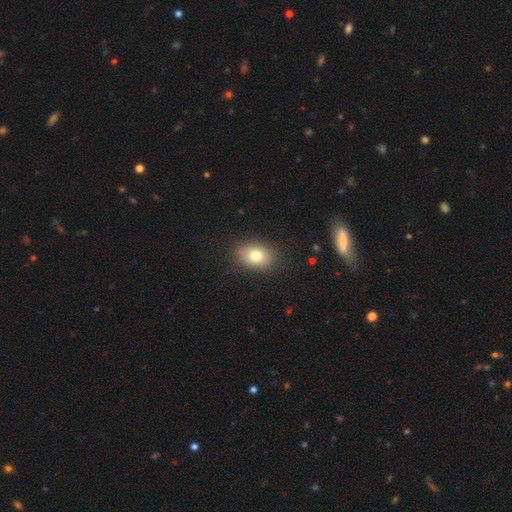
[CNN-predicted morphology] Smooth or featured? smooth (79%)
How rounded? in between (68%)
Merging? none (86%)